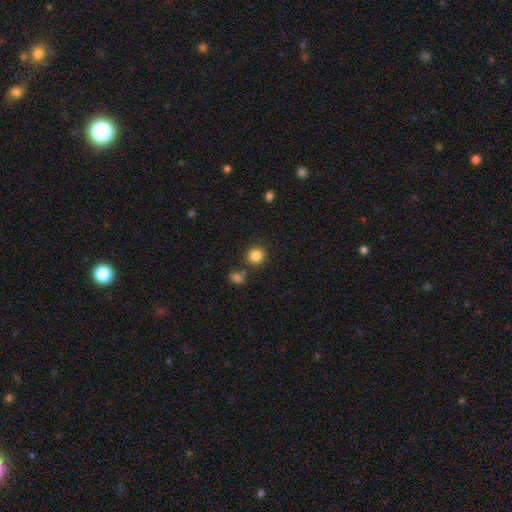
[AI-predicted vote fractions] Morphology: type=smooth (85%); roundness=round (92%); merging=none (81%).